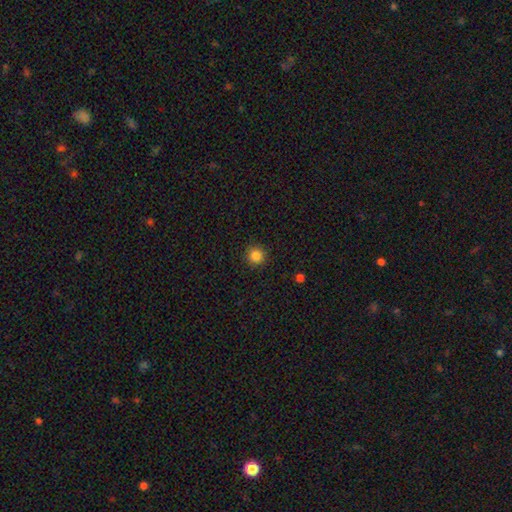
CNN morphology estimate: Q: Smooth or featured?
A: smooth (85%); runner-up: star or artifact (12%)
Q: How rounded?
A: round (95%); runner-up: in between (4%)
Q: Merging?
A: none (92%); runner-up: minor disturbance (5%)